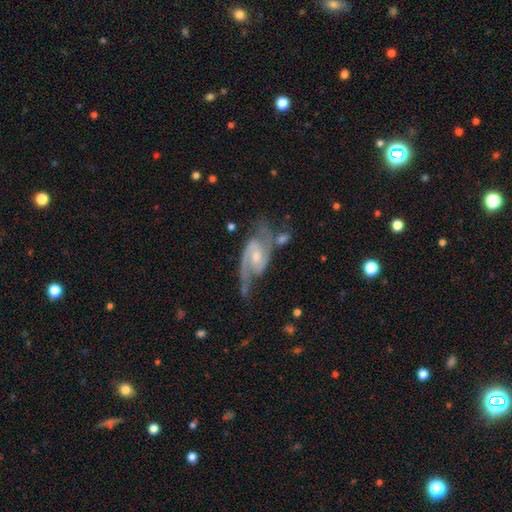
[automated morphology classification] Smooth or featured: featured or disk — 88% (smooth — 7%)
Edge-on disk: no — 96% (yes — 4%)
Bar: weak — 50% (no — 33%)
Spiral arms: yes — 97% (no — 3%)
Spiral winding: medium — 53% (loose — 26%)
Spiral arm count: 2 — 89% (can't tell — 4%)
Bulge size: small — 48% (moderate — 45%)
Merging: none — 55% (minor disturbance — 22%)